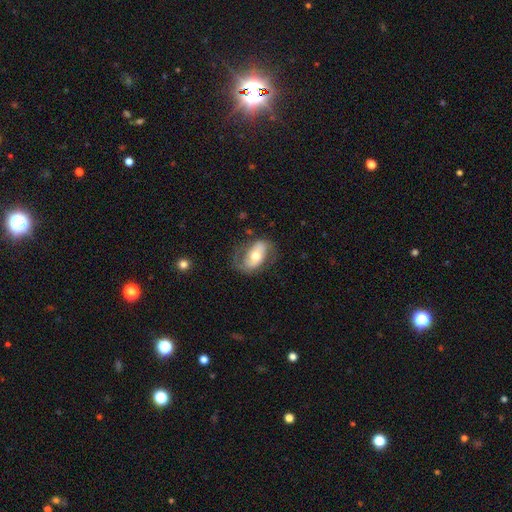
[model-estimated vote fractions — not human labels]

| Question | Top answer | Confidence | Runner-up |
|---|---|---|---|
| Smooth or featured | featured or disk | 62% | smooth (32%) |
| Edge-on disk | no | 94% | yes (6%) |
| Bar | no | 44% | weak (29%) |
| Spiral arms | yes | 74% | no (26%) |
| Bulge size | moderate | 69% | small (18%) |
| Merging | none | 62% | minor disturbance (21%) |